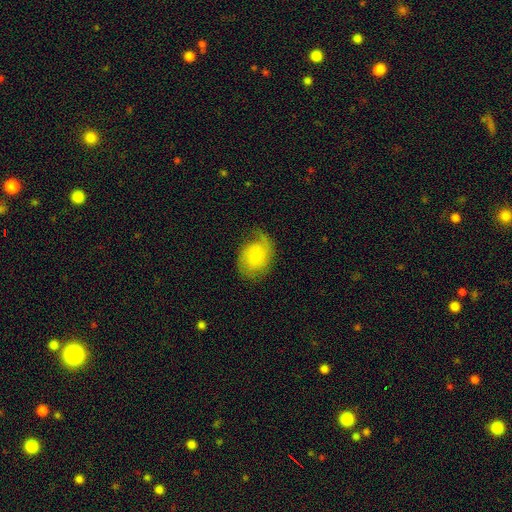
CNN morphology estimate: smooth_or_featured: featured or disk (p=0.54) [alt: smooth p=0.38]
disk_edge_on: no (p=0.97) [alt: yes p=0.03]
bar: no (p=0.73) [alt: weak p=0.24]
has_spiral_arms: yes (p=0.90) [alt: no p=0.10]
bulge_size: small (p=0.52) [alt: moderate p=0.33]
merging: none (p=0.56) [alt: minor disturbance p=0.27]